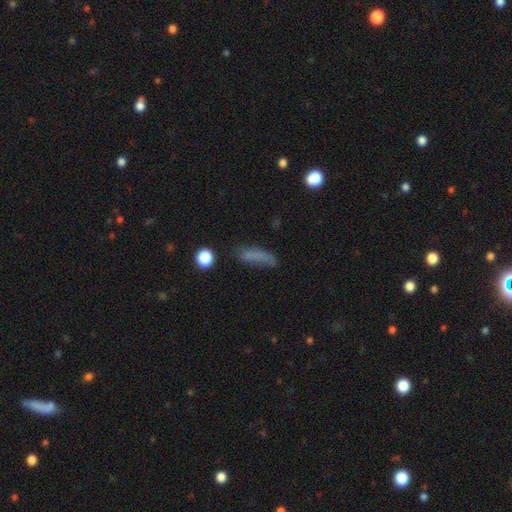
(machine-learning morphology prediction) A smooth galaxy with no disk features (72%) that is cigar-shaped (61%). Merging: none (56%).